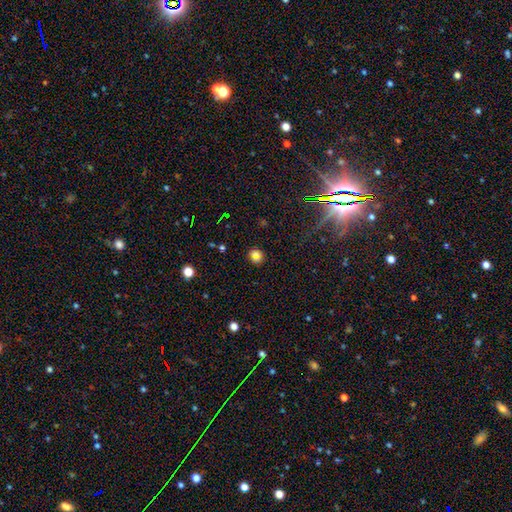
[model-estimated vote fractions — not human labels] smooth 79%, star or artifact 14%, featured or disk 7%. Down the decision tree: how rounded — round (80%); merging — none (86%).